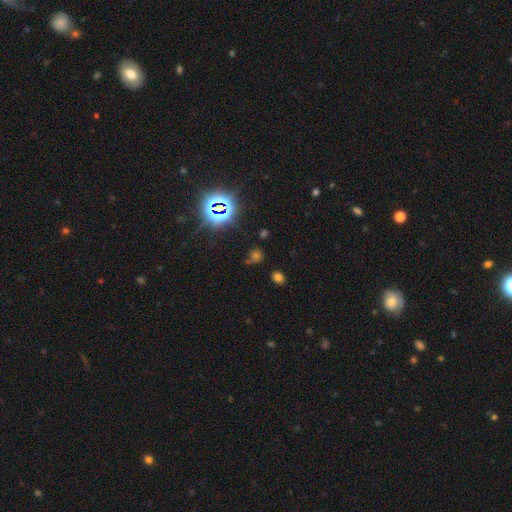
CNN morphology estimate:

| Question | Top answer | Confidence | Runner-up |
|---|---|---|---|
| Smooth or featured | star or artifact | 58% | smooth (32%) |